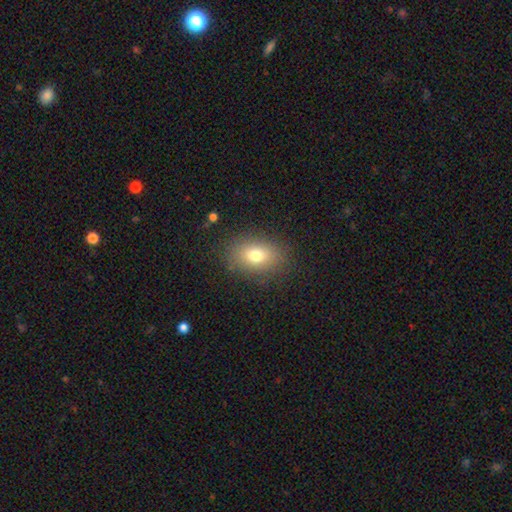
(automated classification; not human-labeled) Smooth or featured? smooth (75%)
How rounded? in between (74%)
Merging? none (85%)